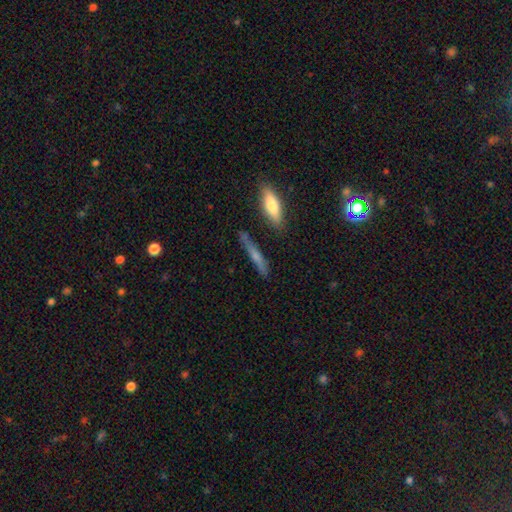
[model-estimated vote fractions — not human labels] The model was most divided on "smooth or featured": smooth: 50%, featured or disk: 40%, star or artifact: 10%. More confident: merging — none (80%).